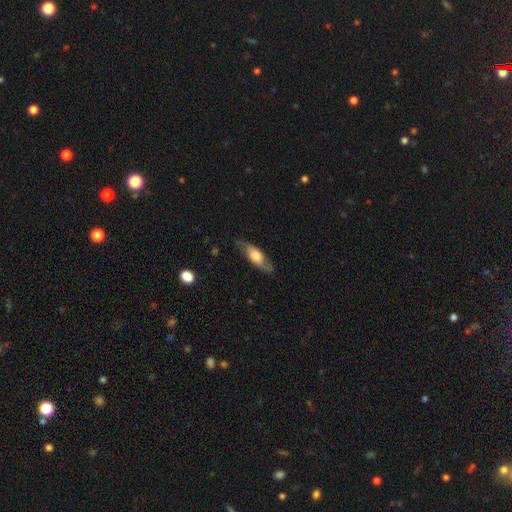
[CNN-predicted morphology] The model was most divided on "smooth or featured": featured or disk: 51%, smooth: 43%, star or artifact: 6%. More confident: merging — none (78%); edge-on disk — no (56%).